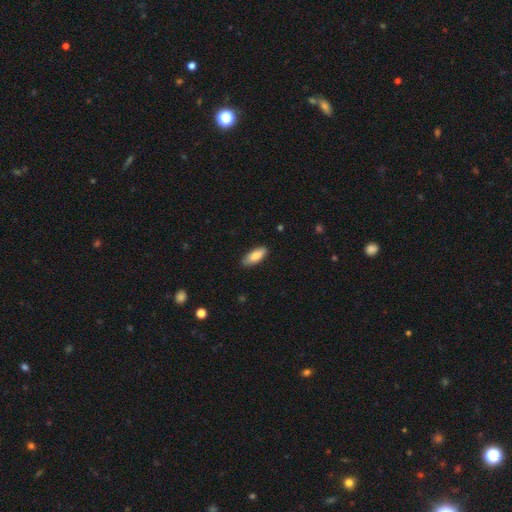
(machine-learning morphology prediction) Smooth or featured? Predicted: smooth (p=0.85). How rounded? Predicted: in between (p=0.80). Merging? Predicted: none (p=0.87).